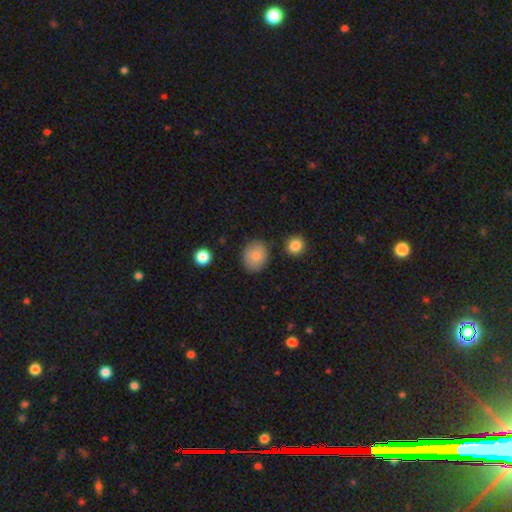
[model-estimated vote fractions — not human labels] The model was most divided on "how rounded": round: 60%, in between: 39%, cigar-shaped: 1%. More confident: merging — none (82%); smooth or featured — smooth (81%).